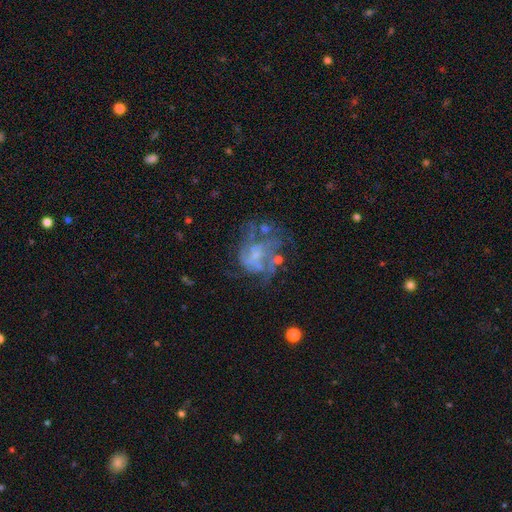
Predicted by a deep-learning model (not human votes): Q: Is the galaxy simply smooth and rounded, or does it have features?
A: featured or disk — 68%.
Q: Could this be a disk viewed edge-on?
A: no — 98%.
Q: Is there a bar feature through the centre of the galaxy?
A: no — 73%.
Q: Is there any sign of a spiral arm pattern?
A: no — 50%, tied with yes.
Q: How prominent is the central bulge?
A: none — 42%.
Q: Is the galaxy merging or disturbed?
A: none — 37%.